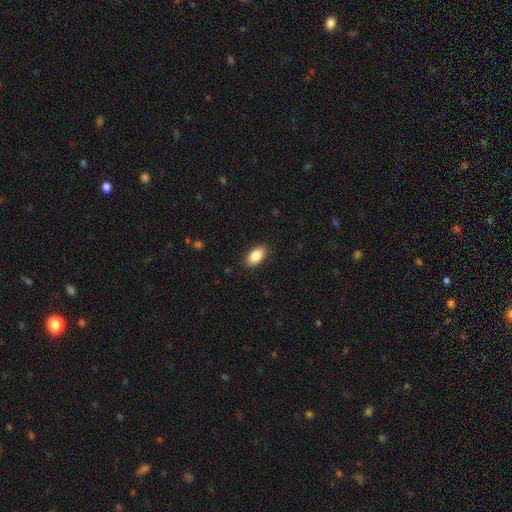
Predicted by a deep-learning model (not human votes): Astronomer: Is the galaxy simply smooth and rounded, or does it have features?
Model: smooth — 87%.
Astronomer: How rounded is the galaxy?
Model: in between — 93%.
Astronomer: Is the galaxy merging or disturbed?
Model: none — 87%.